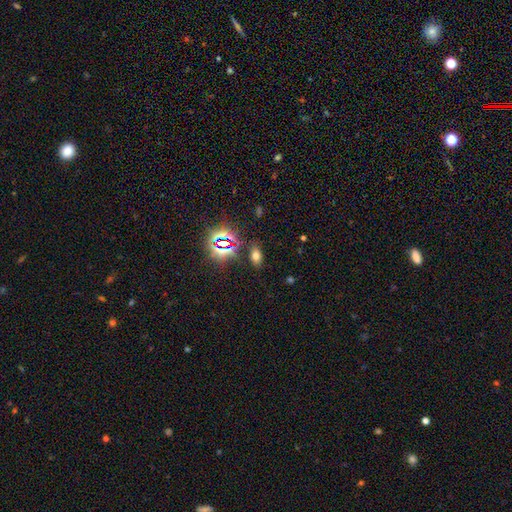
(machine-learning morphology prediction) smooth_or_featured: smooth (p=0.61) [alt: star or artifact p=0.30]
how_rounded: in between (p=0.86) [alt: round p=0.10]
merging: none (p=0.85) [alt: minor disturbance p=0.09]